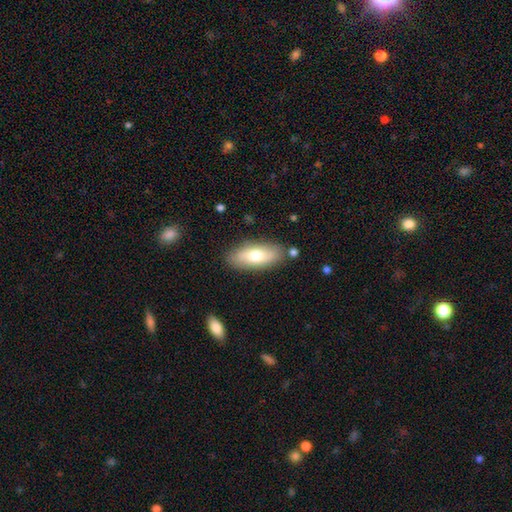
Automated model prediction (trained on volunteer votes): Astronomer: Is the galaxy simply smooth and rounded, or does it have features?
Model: smooth — 69%.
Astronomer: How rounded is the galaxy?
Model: in between — 78%.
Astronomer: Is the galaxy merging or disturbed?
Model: none — 83%.